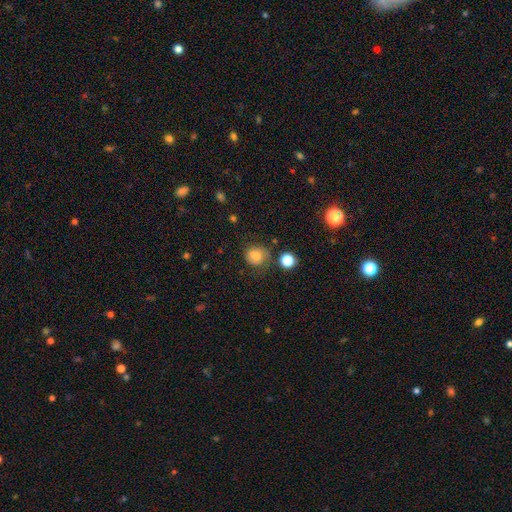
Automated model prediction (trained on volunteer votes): Smooth or featured: smooth — 81% (star or artifact — 12%)
How rounded: round — 81% (in between — 18%)
Merging: none — 70% (minor disturbance — 19%)